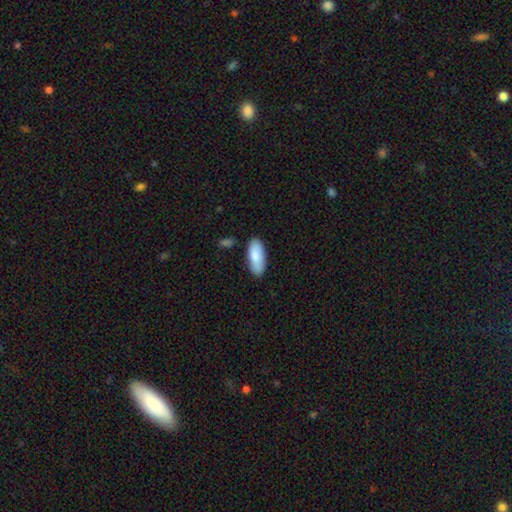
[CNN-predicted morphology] A smooth galaxy with no disk features (84%) that is in between round and cigar-shaped (83%). Merging: none (81%).